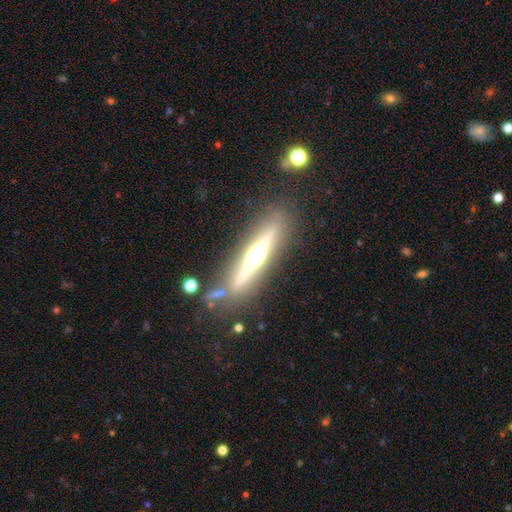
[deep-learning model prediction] A featured or disk galaxy (76%) viewed edge-on (95%) with a rounded central bulge (92%).

Vote fractions:
- Smooth or featured? featured or disk: 76% / smooth: 16% / star or artifact: 9%
- Edge-on disk? yes: 95% / no: 5%
- Edge-on bulge? rounded: 92% / boxy: 5% / none: 2%
- Merging? none: 80% / minor disturbance: 11% / merger: 5% / major disturbance: 4%